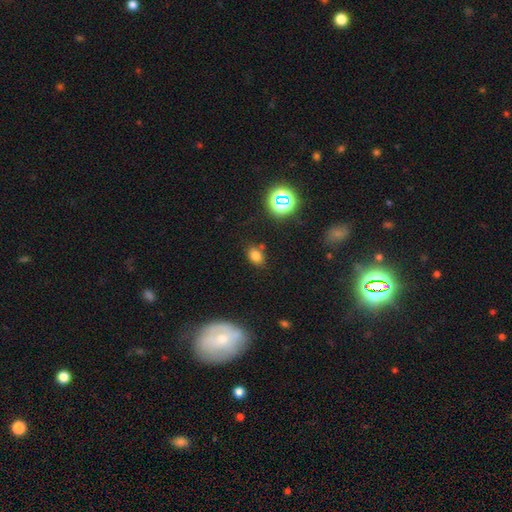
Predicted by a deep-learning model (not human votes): A smooth galaxy with no disk features (74%) that is in between round and cigar-shaped (75%). Merging: none (77%).